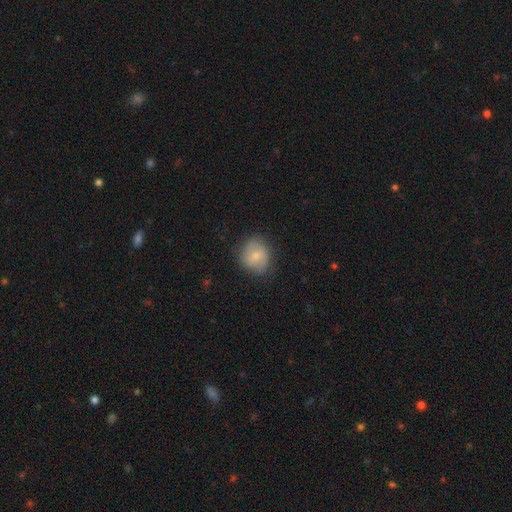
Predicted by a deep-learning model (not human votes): Overall: smooth (59%; featured or disk 34%). How rounded: round (74%). Merging: none (77%).